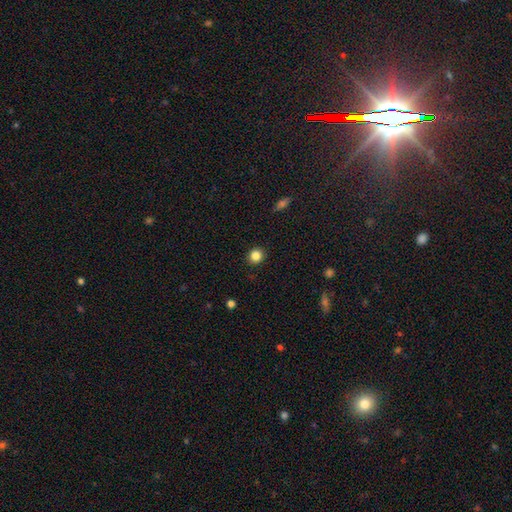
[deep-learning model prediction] Smooth or featured: smooth — 85% (star or artifact — 11%)
How rounded: round — 91% (in between — 8%)
Merging: none — 92% (minor disturbance — 5%)